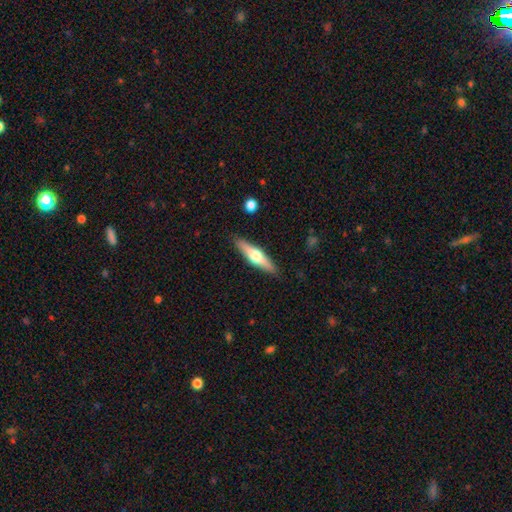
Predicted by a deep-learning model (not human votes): Overall: featured or disk (53%; smooth 41%). Edge-on disk: yes (93%). Merging: none (89%).